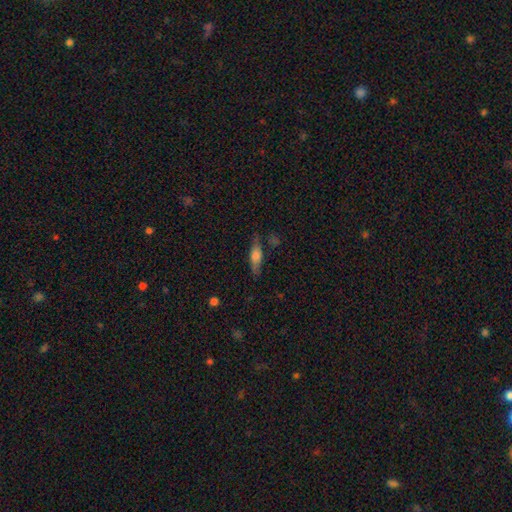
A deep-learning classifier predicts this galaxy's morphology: A smooth galaxy with no disk features (63%) that is cigar-shaped (51%). Merging: none (71%).